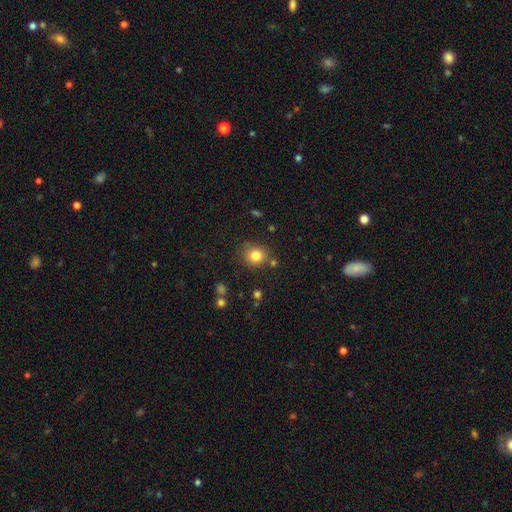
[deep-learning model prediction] Smooth or featured? Predicted: smooth (p=0.81). How rounded? Predicted: round (p=0.82). Merging? Predicted: none (p=0.79).